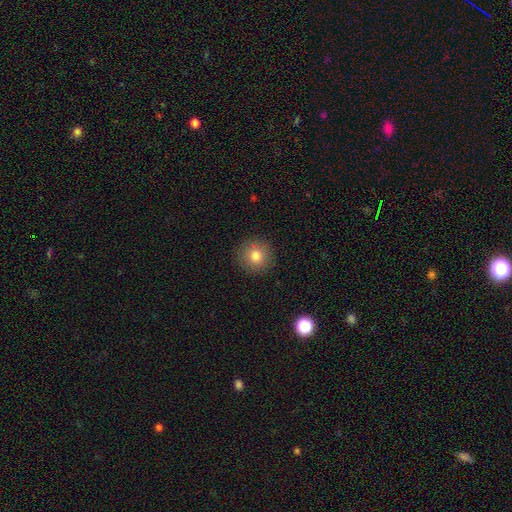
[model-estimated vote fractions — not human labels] smooth 81%, star or artifact 10%, featured or disk 9%. Down the decision tree: how rounded — round (94%); merging — none (91%).